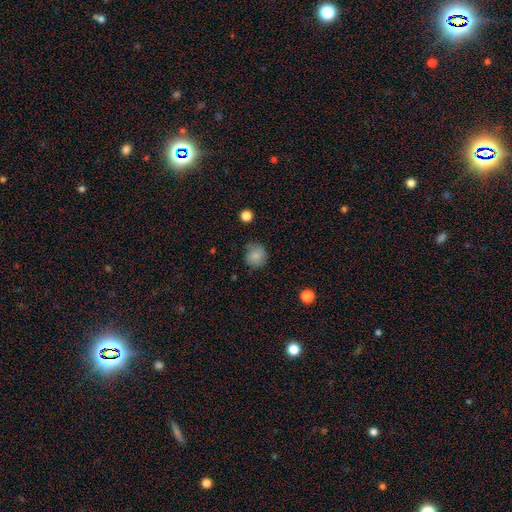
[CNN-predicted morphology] The model was most divided on "merging": none: 72%, minor disturbance: 21%, major disturbance: 5%, merger: 2%. More confident: how rounded — round (88%); smooth or featured — smooth (81%).